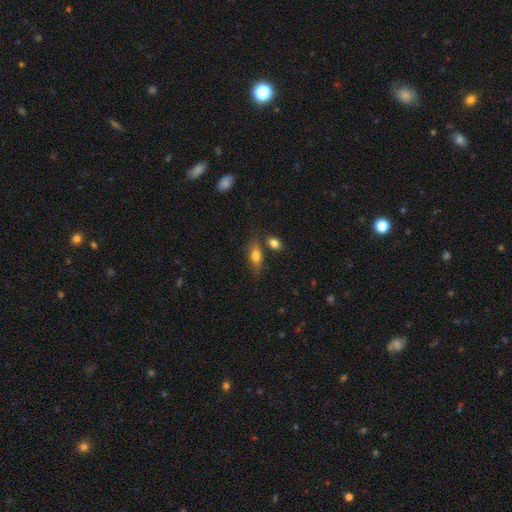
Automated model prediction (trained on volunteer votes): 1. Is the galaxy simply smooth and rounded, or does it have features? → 76% smooth, 16% featured or disk, 8% star or artifact.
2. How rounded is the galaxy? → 78% in between, 17% cigar-shaped, 5% round.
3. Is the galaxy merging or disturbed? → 67% none, 15% minor disturbance, 14% merger, 4% major disturbance.